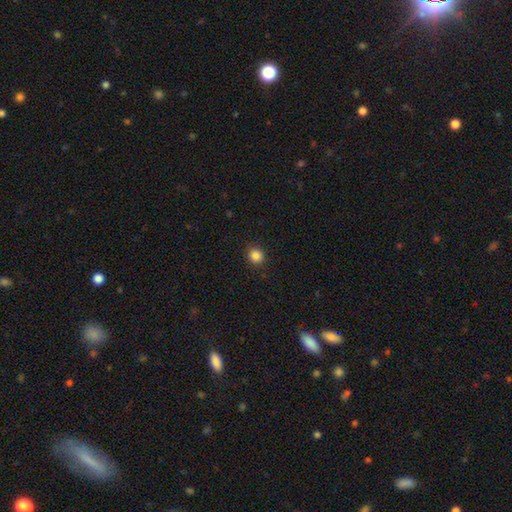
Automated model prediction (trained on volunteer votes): Overall: smooth (85%). How rounded: round (88%). Merging: none (91%).